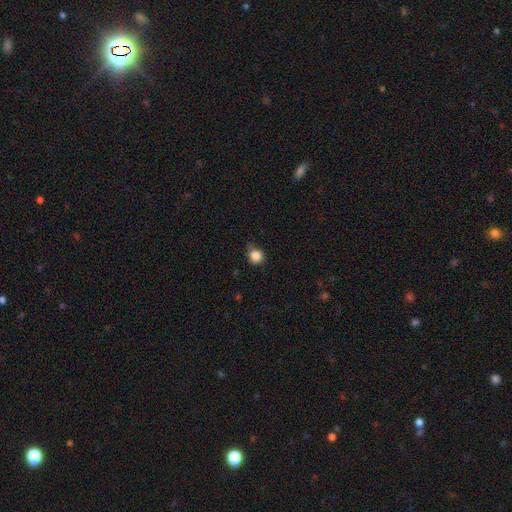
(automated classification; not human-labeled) Smooth or featured? smooth (85%)
How rounded? round (89%)
Merging? none (74%)